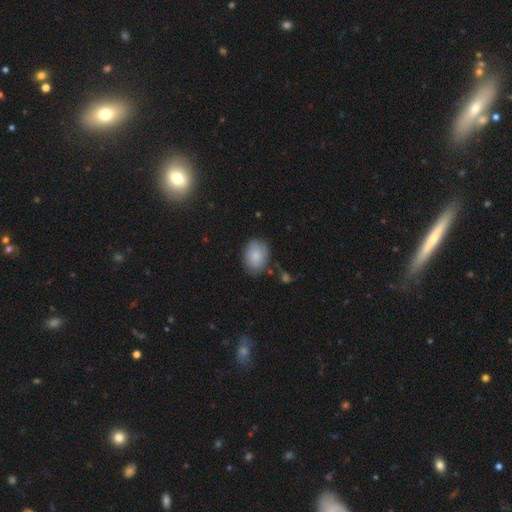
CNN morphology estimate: Smooth or featured? smooth (84%)
How rounded? in between (70%)
Merging? none (78%)